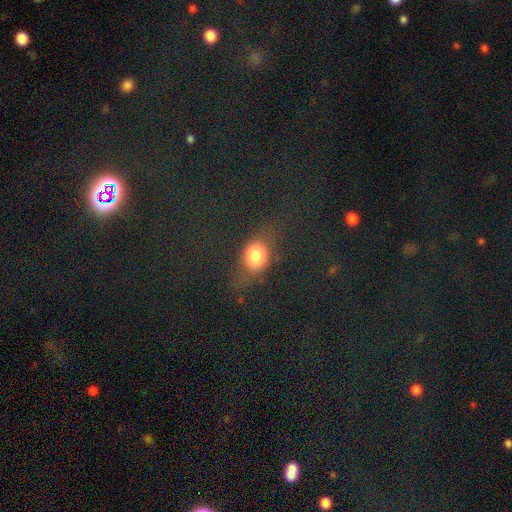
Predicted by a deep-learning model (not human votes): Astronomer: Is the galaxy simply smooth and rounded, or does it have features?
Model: smooth — 76%.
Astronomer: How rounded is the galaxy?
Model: in between — 50% (runner-up: round, 47%).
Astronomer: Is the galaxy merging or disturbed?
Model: none — 63%.